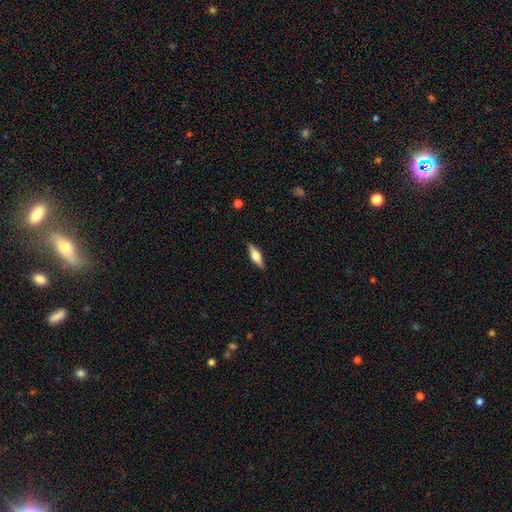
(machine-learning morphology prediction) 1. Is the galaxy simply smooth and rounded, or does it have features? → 48% smooth, 46% featured or disk, 6% star or artifact.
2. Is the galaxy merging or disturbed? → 88% none, 9% minor disturbance, 2% major disturbance, 1% merger.